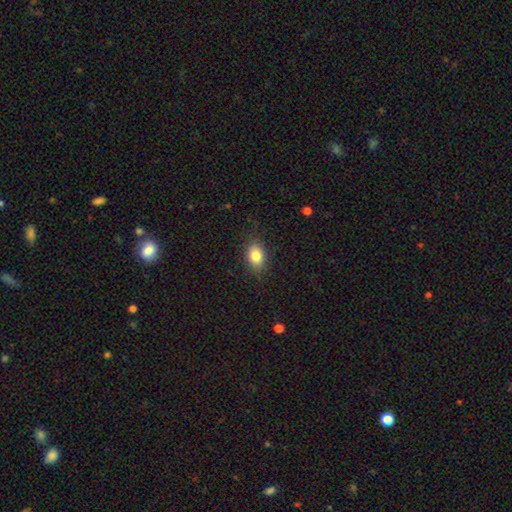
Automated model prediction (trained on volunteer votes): Overall: smooth (82%). How rounded: in between (78%). Merging: none (84%).